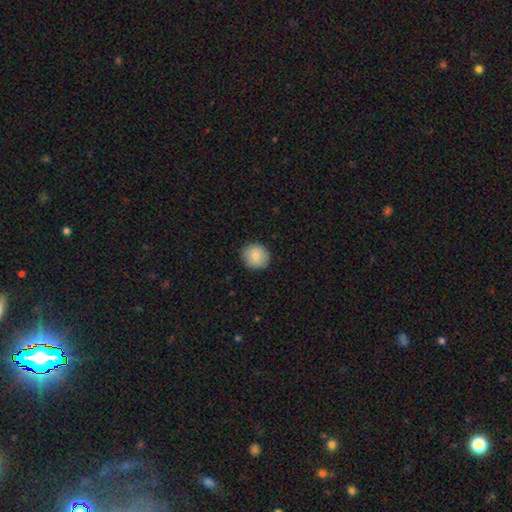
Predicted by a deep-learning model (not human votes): Smooth or featured?
  - smooth: 83% *
  - featured or disk: 9%
  - star or artifact: 8%
How rounded?
  - round: 85% *
  - in between: 14%
  - cigar-shaped: 1%
Merging?
  - none: 88% *
  - minor disturbance: 9%
  - major disturbance: 2%
  - merger: 1%